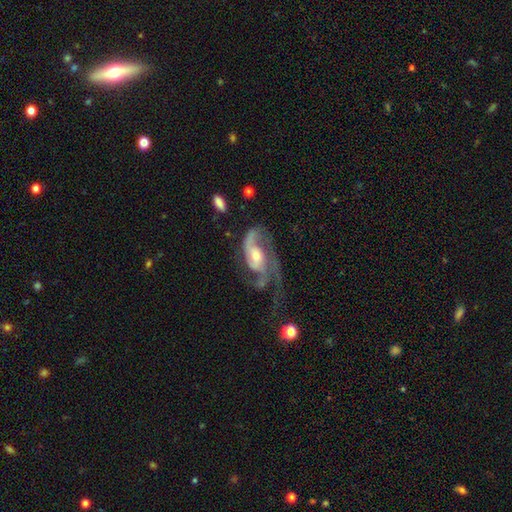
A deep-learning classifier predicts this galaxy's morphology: type=featured or disk (86%); edge-on=no (96%); bar=no (57%); spiral arms=yes (95%); winding=medium (44%); arm count=2 (48%); bulge=moderate (58%); merging=major disturbance (45%).